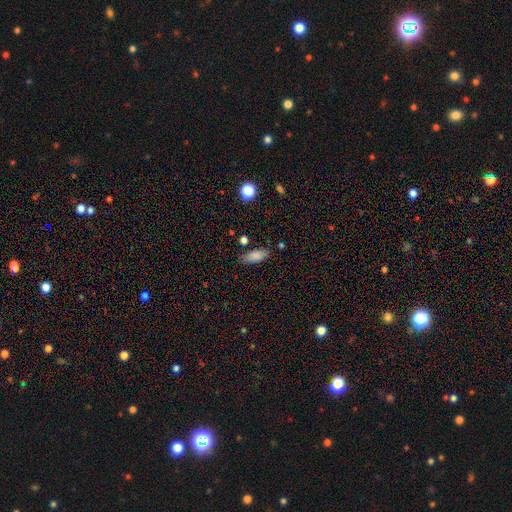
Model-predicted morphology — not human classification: Smooth or featured?
  - smooth: 83% *
  - star or artifact: 9%
  - featured or disk: 8%
How rounded?
  - in between: 80% *
  - cigar-shaped: 17%
  - round: 3%
Merging?
  - none: 75% *
  - minor disturbance: 18%
  - major disturbance: 4%
  - merger: 3%